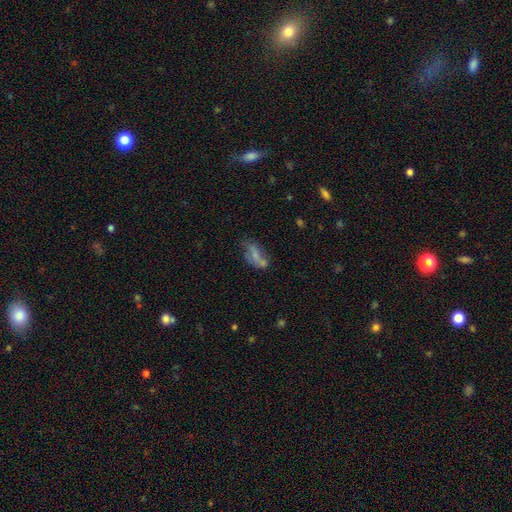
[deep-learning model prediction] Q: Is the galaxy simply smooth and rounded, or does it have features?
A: smooth — 53%.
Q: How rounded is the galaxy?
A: in between — 80%.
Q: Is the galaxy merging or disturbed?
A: none — 34%.